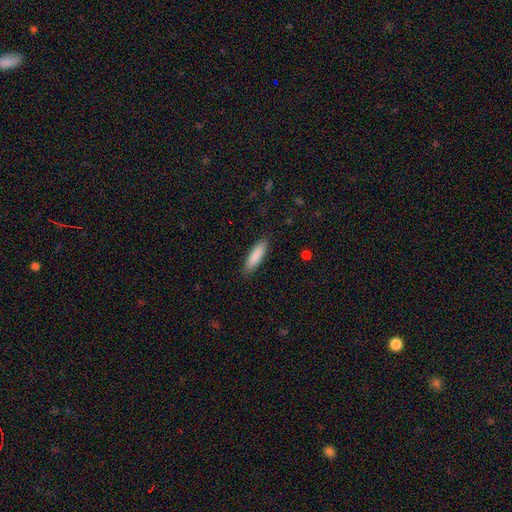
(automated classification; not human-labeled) Morphology: type=smooth (87%); roundness=cigar-shaped (71%); merging=none (88%).